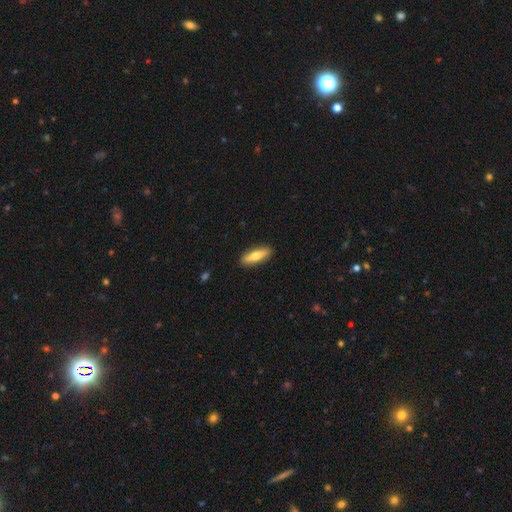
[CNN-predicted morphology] A smooth galaxy with no disk features (67%) that is cigar-shaped (56%).

Vote fractions:
- Smooth or featured? smooth: 67% / featured or disk: 27% / star or artifact: 6%
- How rounded? cigar-shaped: 56% / in between: 42% / round: 2%
- Merging? none: 89% / minor disturbance: 8% / major disturbance: 2% / merger: 1%